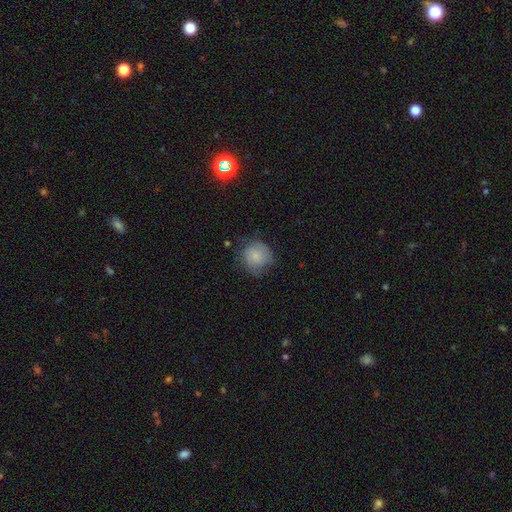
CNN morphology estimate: Smooth or featured? smooth (73%)
How rounded? round (84%)
Merging? none (59%)